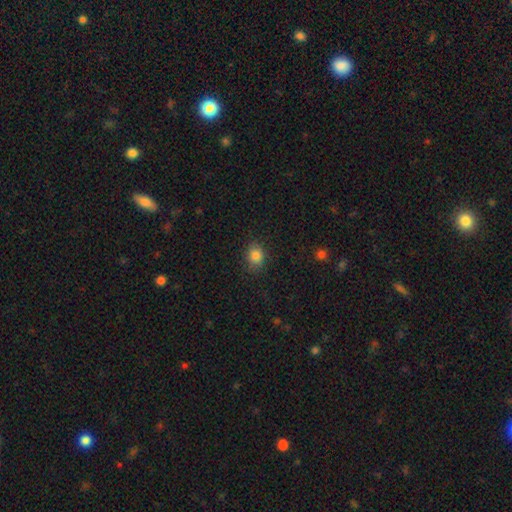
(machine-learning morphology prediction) This is clearly a smooth galaxy (82%). How rounded: possibly round (53%). Merging: clearly none (87%).